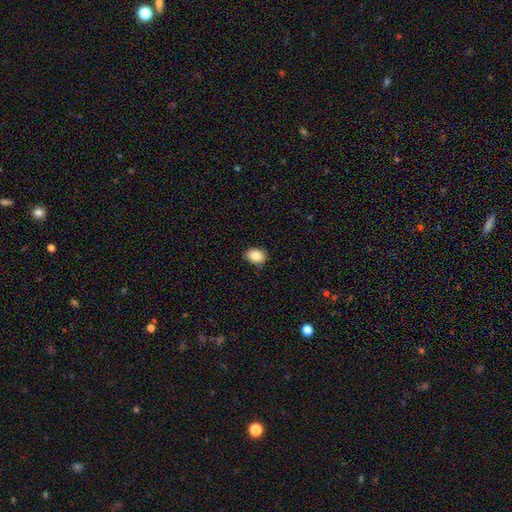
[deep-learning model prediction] Smooth or featured? Predicted: smooth (p=0.86). How rounded? Predicted: in between (p=0.70). Merging? Predicted: none (p=0.83).